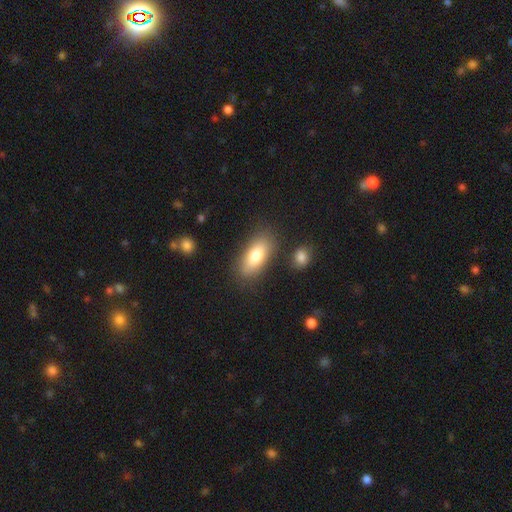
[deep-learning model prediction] A smooth galaxy with no disk features (77%) that is in between round and cigar-shaped (83%). Merging: none (82%).